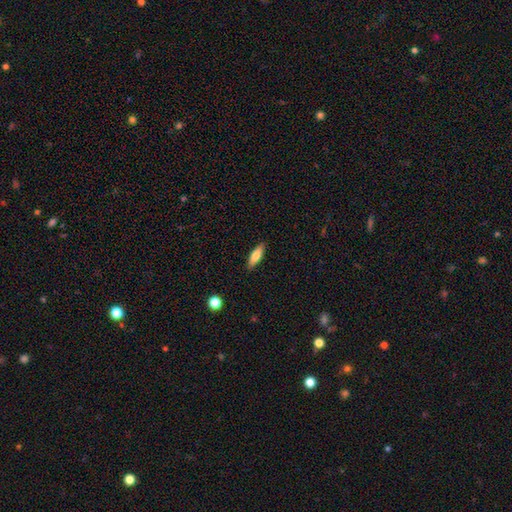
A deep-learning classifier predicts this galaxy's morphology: smooth 75%, featured or disk 19%, star or artifact 6%. Down the decision tree: how rounded — cigar-shaped (49%, tied with in between); merging — none (89%).